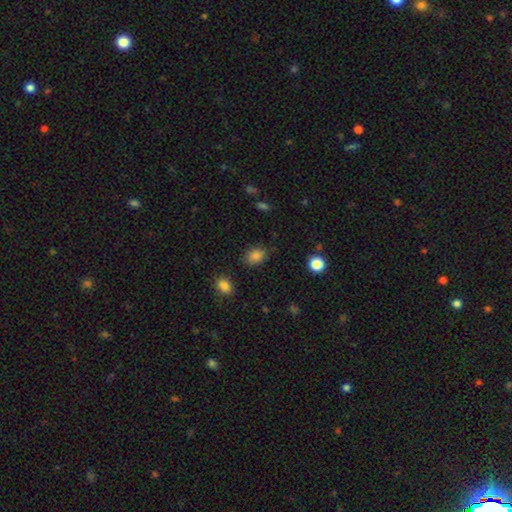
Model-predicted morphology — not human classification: smooth_or_featured: smooth (p=0.83) [alt: star or artifact p=0.11]
how_rounded: in between (p=0.57) [alt: round p=0.42]
merging: none (p=0.81) [alt: minor disturbance p=0.14]